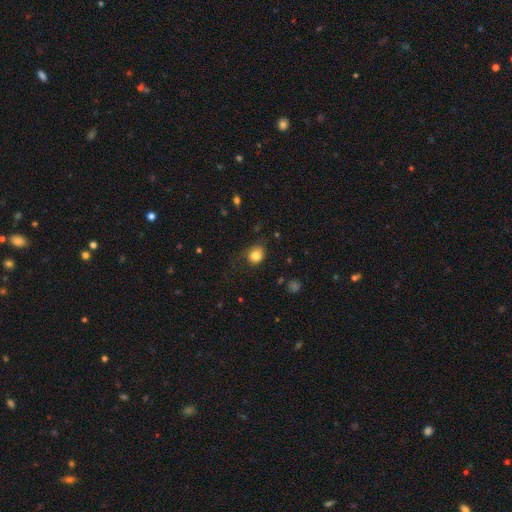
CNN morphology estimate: This is clearly a smooth galaxy (82%). How rounded: likely round (68%). Merging: likely none (66%).